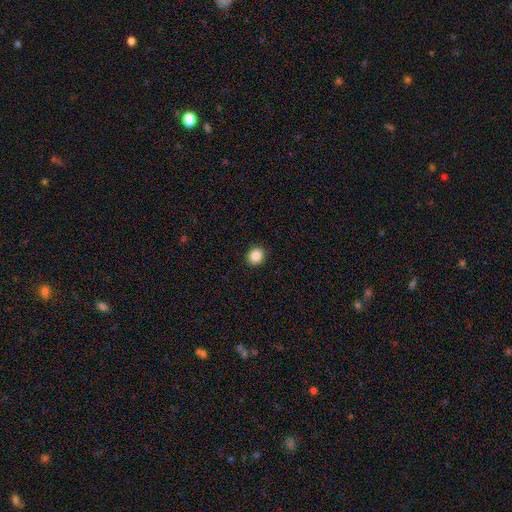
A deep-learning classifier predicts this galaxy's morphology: smooth 87%, star or artifact 9%, featured or disk 4%. Down the decision tree: how rounded — round (82%); merging — none (91%).